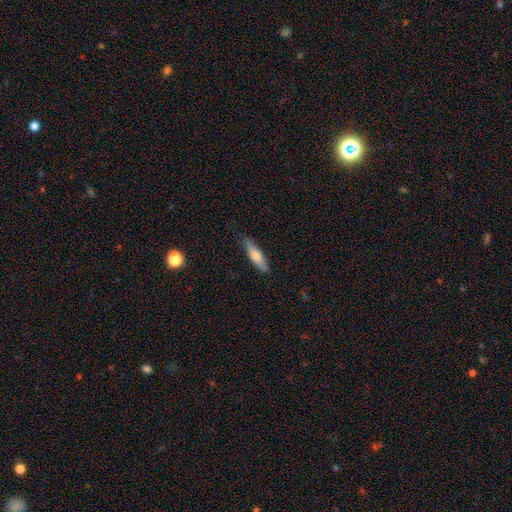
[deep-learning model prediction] The model was most divided on "how rounded": cigar-shaped: 62%, in between: 36%, round: 2%. More confident: merging — none (80%); smooth or featured — smooth (70%).